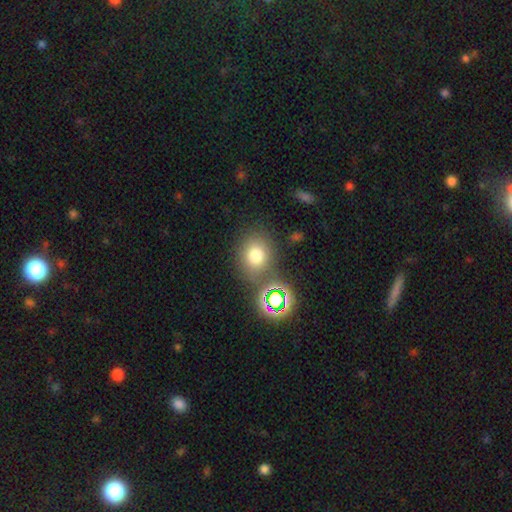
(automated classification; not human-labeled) smooth 73%, star or artifact 18%, featured or disk 9%. Down the decision tree: how rounded — round (72%); merging — none (74%).